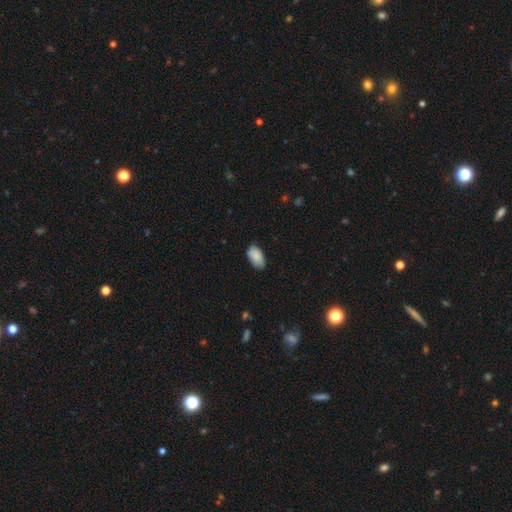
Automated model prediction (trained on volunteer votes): Smooth or featured?
  - smooth: 84% *
  - featured or disk: 9%
  - star or artifact: 7%
How rounded?
  - in between: 94% *
  - round: 4%
  - cigar-shaped: 2%
Merging?
  - none: 68% *
  - minor disturbance: 27%
  - major disturbance: 4%
  - merger: 1%